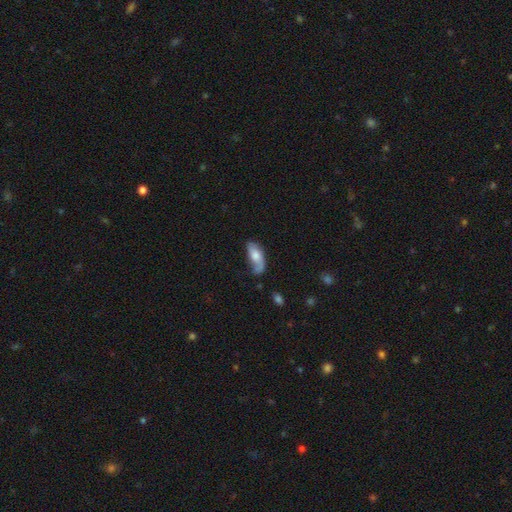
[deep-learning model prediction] Morphology: type=smooth (54%); roundness=in between (82%); merging=none (42%).